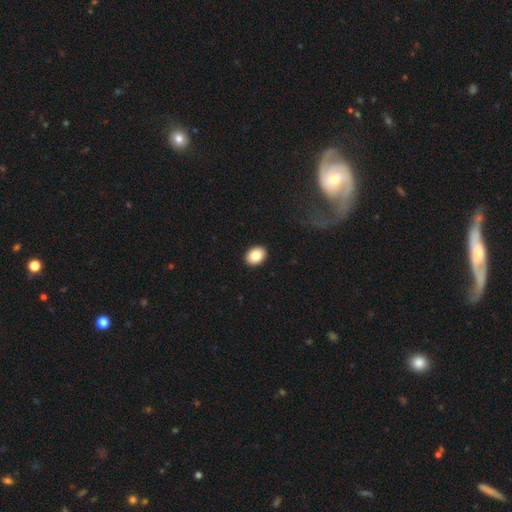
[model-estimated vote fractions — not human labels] Smooth or featured: smooth — 85% (star or artifact — 8%)
How rounded: in between — 71% (round — 28%)
Merging: none — 91% (minor disturbance — 6%)